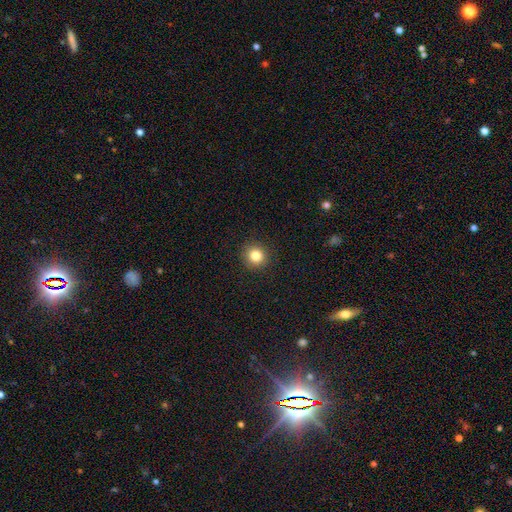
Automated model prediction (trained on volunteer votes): Smooth or featured?
  - smooth: 83% *
  - star or artifact: 11%
  - featured or disk: 5%
How rounded?
  - round: 93% *
  - in between: 6%
  - cigar-shaped: 1%
Merging?
  - none: 92% *
  - minor disturbance: 5%
  - major disturbance: 2%
  - merger: 1%